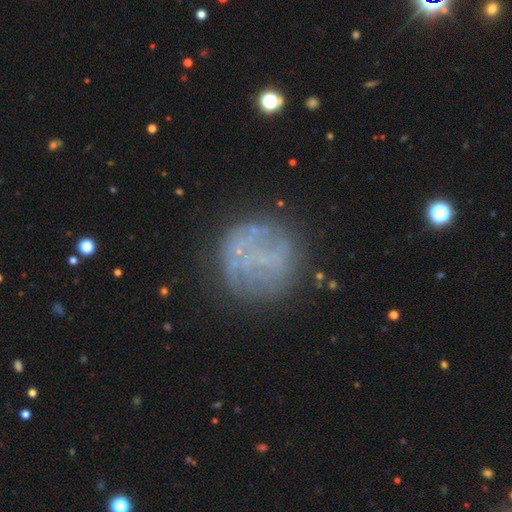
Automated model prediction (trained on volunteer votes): Smooth or featured? Predicted: featured or disk (p=0.47). Merging? Predicted: none (p=0.72).